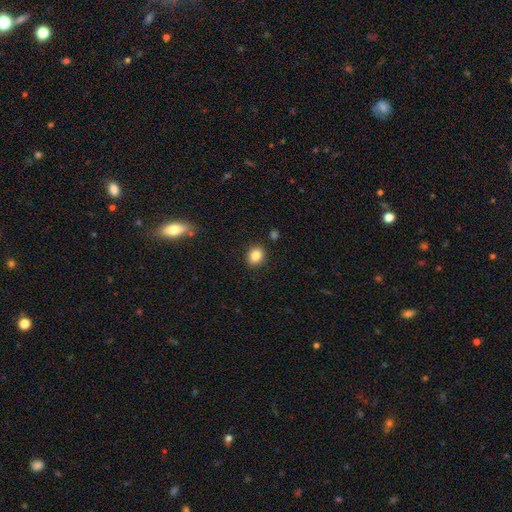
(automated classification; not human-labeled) Q: Smooth or featured?
A: smooth (84%); runner-up: star or artifact (10%)
Q: How rounded?
A: round (68%); runner-up: in between (31%)
Q: Merging?
A: none (90%); runner-up: minor disturbance (7%)